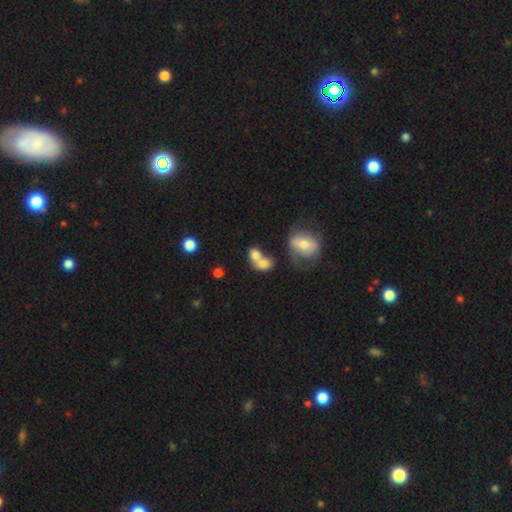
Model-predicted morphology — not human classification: smooth_or_featured: smooth (p=0.72) [alt: featured or disk p=0.17]
how_rounded: in between (p=0.61) [alt: round p=0.37]
merging: merger (p=0.68) [alt: none p=0.19]